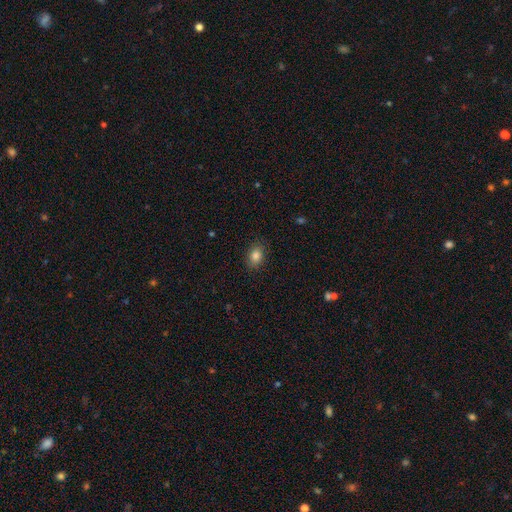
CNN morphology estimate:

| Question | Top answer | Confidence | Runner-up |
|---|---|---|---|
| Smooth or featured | smooth | 84% | star or artifact (9%) |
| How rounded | in between | 70% | round (29%) |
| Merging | none | 86% | minor disturbance (10%) |